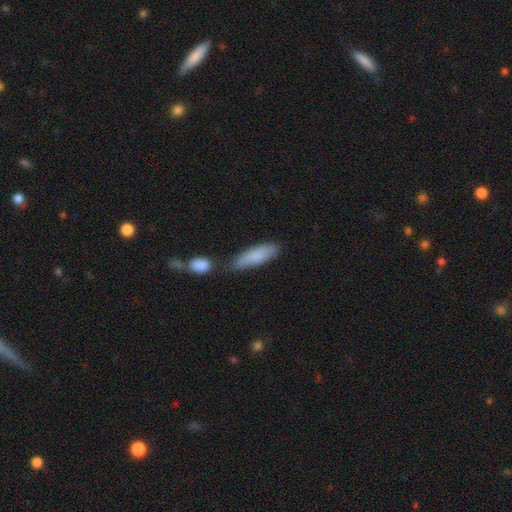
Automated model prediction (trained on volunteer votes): Smooth or featured: smooth — 83% (featured or disk — 11%)
How rounded: cigar-shaped — 52% (in between — 46%)
Merging: none — 57% (minor disturbance — 21%)